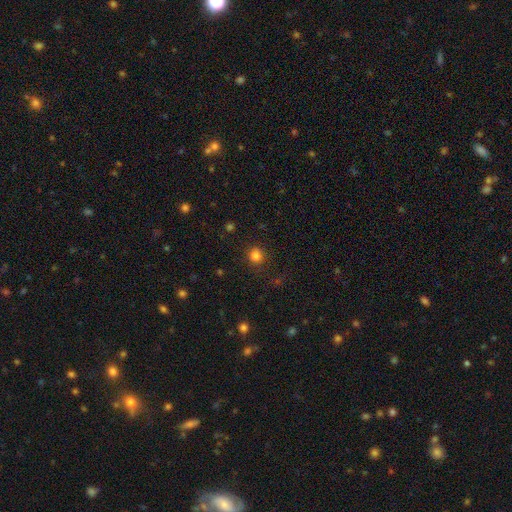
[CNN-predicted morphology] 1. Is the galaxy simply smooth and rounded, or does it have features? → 82% smooth, 14% star or artifact, 4% featured or disk.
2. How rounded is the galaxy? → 92% round, 7% in between, 1% cigar-shaped.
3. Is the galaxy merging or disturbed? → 89% none, 7% minor disturbance, 3% major disturbance, 1% merger.